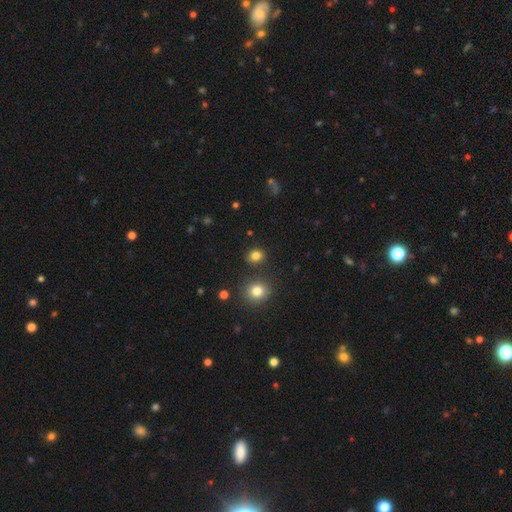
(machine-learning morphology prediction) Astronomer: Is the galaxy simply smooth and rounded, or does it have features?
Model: smooth — 82%.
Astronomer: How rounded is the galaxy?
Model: round — 74%.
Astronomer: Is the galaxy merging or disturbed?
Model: none — 86%.